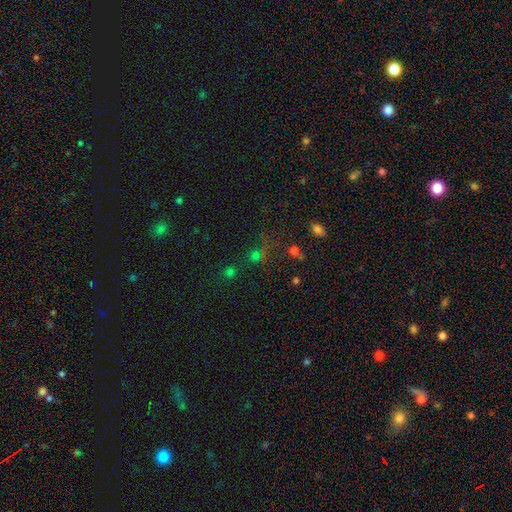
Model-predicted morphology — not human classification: Q: Smooth or featured?
A: smooth (46%); runner-up: star or artifact (45%)
Q: Merging?
A: none (62%); runner-up: merger (18%)